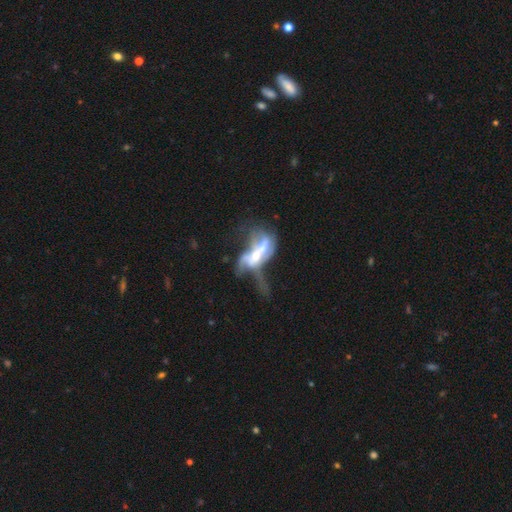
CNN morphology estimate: This is likely a featured or disk galaxy (66%). It is clearly not viewed edge-on (88%). Bar: possibly no (57%). Spiral arm pattern: likely no (65%). Central bulge: possibly moderate (48%). Merging: possibly merger (56%).